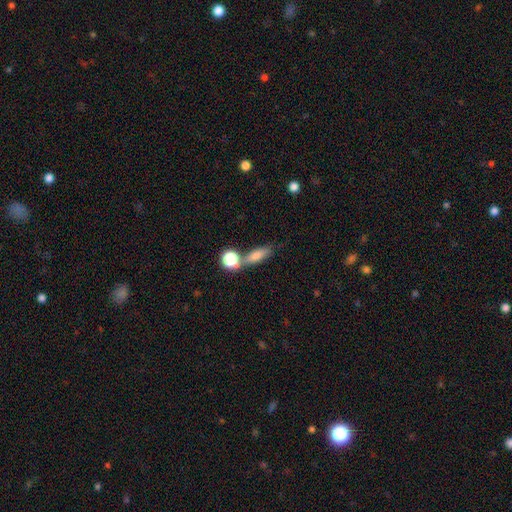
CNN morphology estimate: smooth-or-featured: smooth: 73% | featured or disk: 16% | star or artifact: 11%
  how-rounded: in between: 53% | cigar-shaped: 35% | round: 12%
  merging: none: 54% | merger: 27% | minor disturbance: 13% | major disturbance: 6%